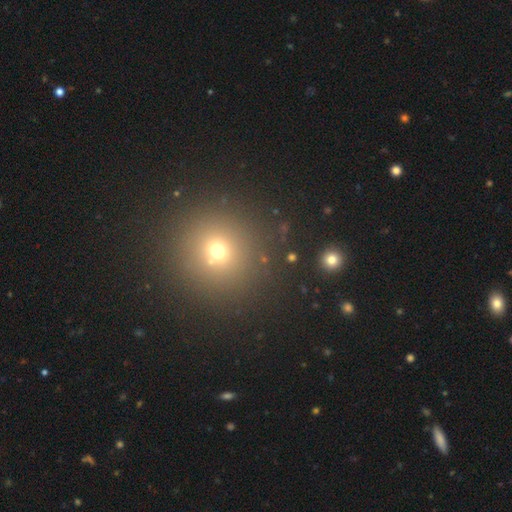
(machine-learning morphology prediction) smooth 59%, star or artifact 33%, featured or disk 7%. Down the decision tree: how rounded — round (95%); merging — none (91%).